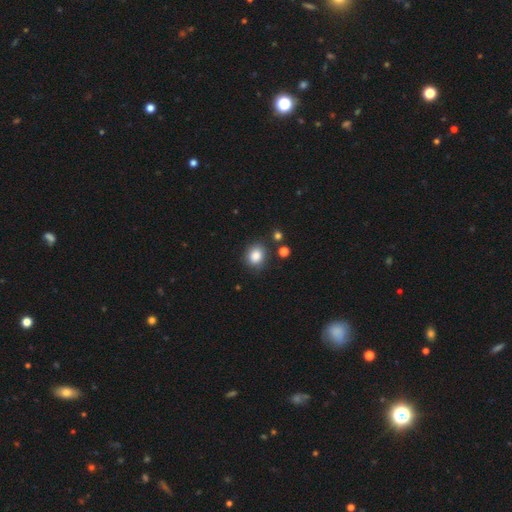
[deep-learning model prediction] Morphology: type=smooth (85%); roundness=round (64%); merging=none (80%).